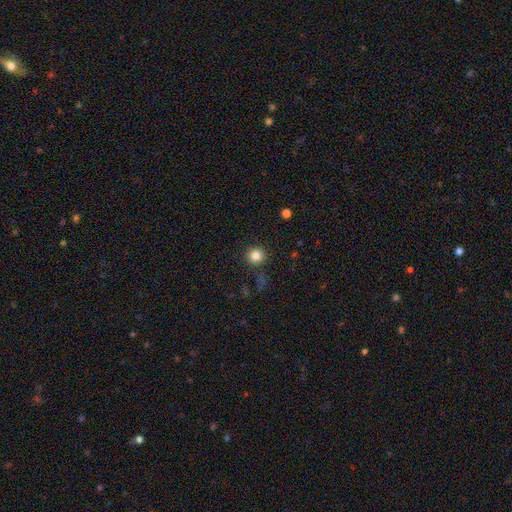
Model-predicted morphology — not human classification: Smooth or featured? Predicted: smooth (p=0.83). How rounded? Predicted: round (p=0.94). Merging? Predicted: none (p=0.89).